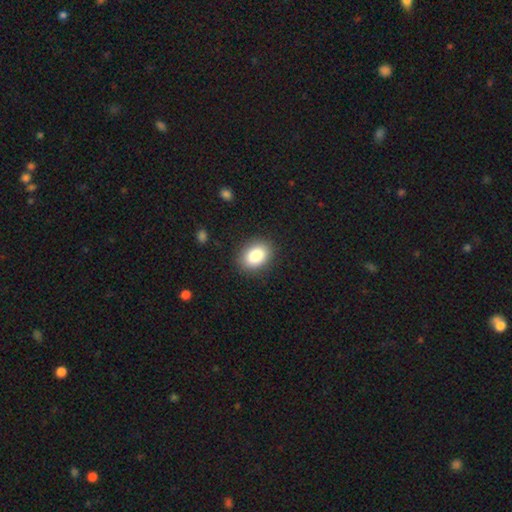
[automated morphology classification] Q: Smooth or featured?
A: smooth (87%); runner-up: star or artifact (8%)
Q: How rounded?
A: in between (77%); runner-up: round (22%)
Q: Merging?
A: none (88%); runner-up: minor disturbance (9%)